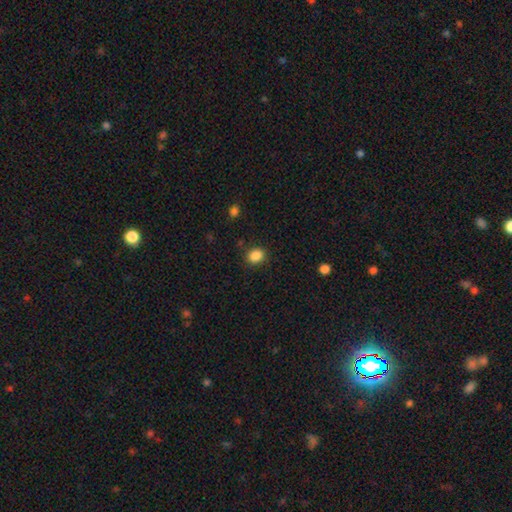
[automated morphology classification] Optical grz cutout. It shows a smooth galaxy with no disk features (87%) that is round (58%). Merging: none (86%).